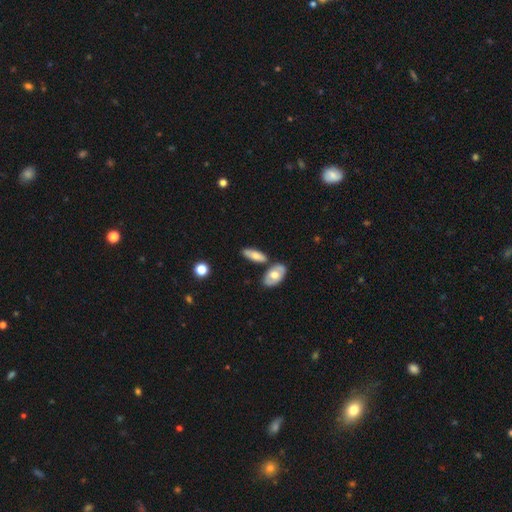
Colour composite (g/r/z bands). It shows a smooth galaxy with no disk features (51%) that is in between round and cigar-shaped (80%). Merging: none (78%).